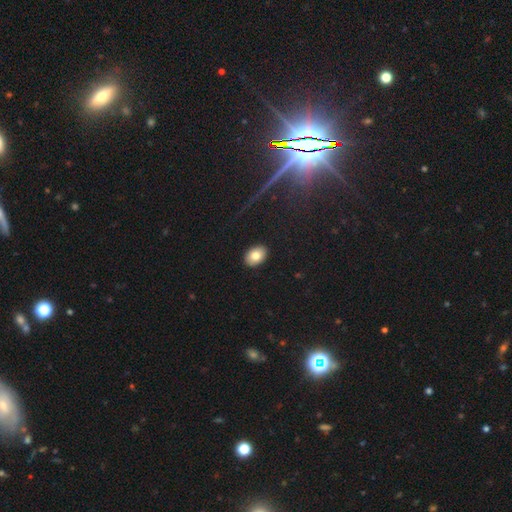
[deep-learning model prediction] Q: Smooth or featured?
A: smooth (81%); runner-up: featured or disk (11%)
Q: How rounded?
A: in between (82%); runner-up: round (17%)
Q: Merging?
A: none (90%); runner-up: minor disturbance (7%)